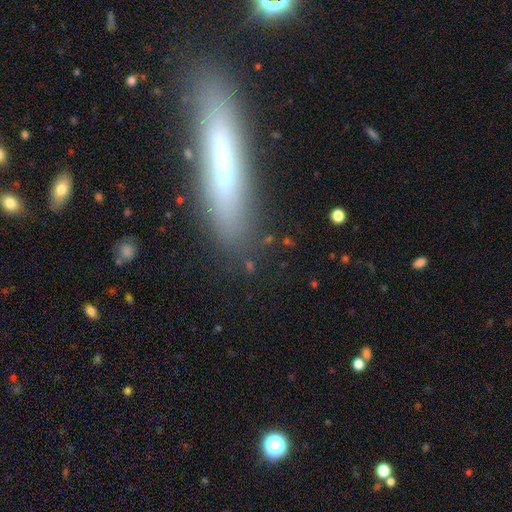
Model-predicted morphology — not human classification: This appears to be a smooth galaxy with no disk features (45%). Merging: none (77%).